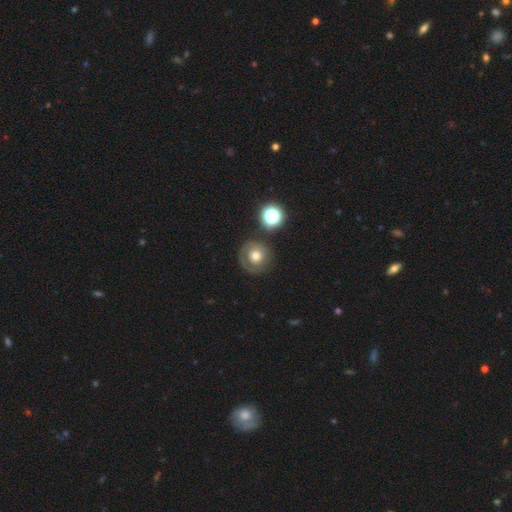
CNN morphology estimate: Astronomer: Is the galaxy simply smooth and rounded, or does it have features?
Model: smooth — 50% (runner-up: featured or disk, 39%).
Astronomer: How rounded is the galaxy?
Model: round — 92%.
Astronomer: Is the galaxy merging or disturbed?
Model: none — 73%.